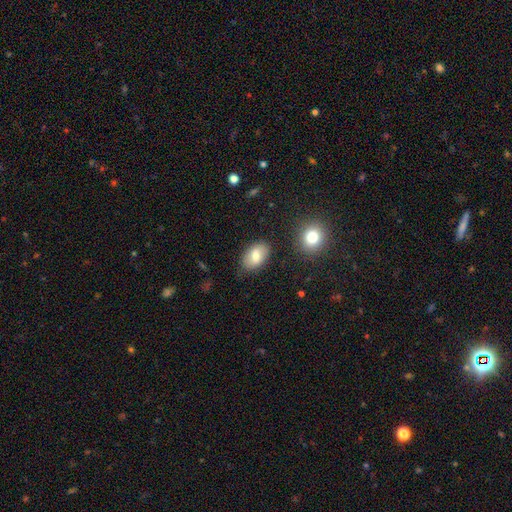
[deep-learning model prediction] Morphology: type=smooth (74%); roundness=in between (89%); merging=none (83%).